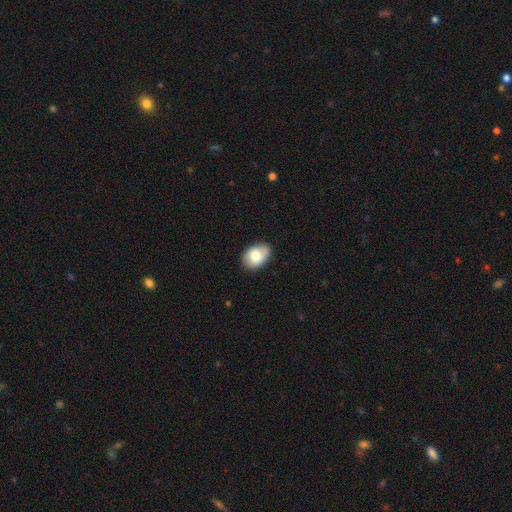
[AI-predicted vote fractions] Smooth or featured: smooth — 78% (featured or disk — 15%)
How rounded: in between — 81% (round — 18%)
Merging: none — 79% (minor disturbance — 17%)